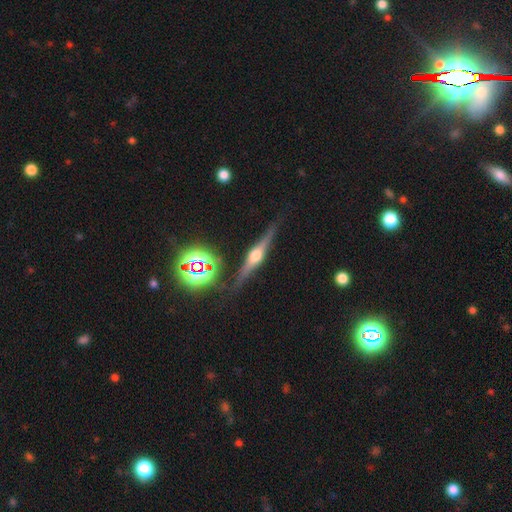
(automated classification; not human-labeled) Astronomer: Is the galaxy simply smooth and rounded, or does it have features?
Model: featured or disk — 76%.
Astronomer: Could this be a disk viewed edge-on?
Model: yes — 97%.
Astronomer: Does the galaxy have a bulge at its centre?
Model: rounded — 91%.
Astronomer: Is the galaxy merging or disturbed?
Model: none — 86%.